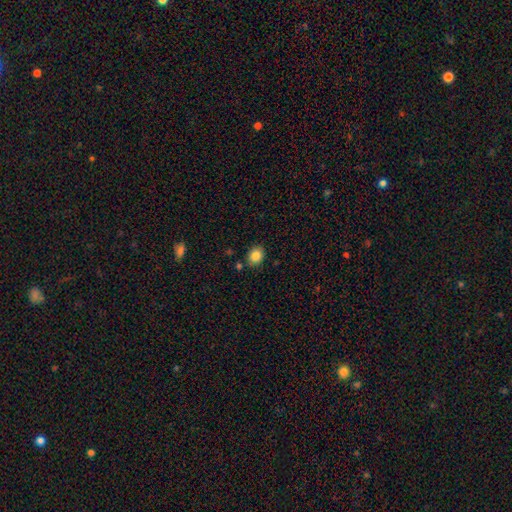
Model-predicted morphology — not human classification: Smooth or featured? Predicted: smooth (p=0.86). How rounded? Predicted: round (p=0.58). Merging? Predicted: none (p=0.84).